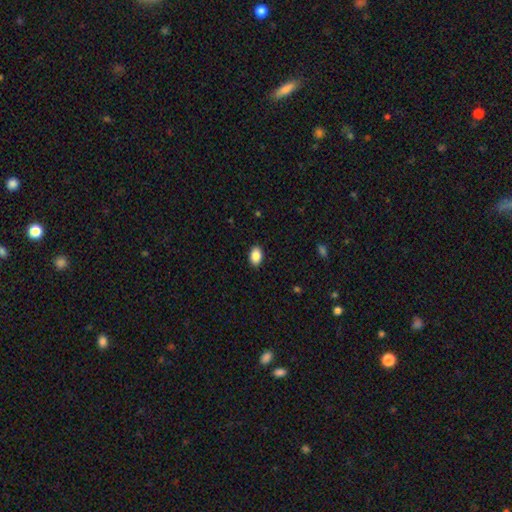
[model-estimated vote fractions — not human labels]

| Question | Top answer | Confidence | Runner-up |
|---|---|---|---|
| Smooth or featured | smooth | 88% | star or artifact (8%) |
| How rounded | in between | 86% | round (13%) |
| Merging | none | 90% | minor disturbance (8%) |